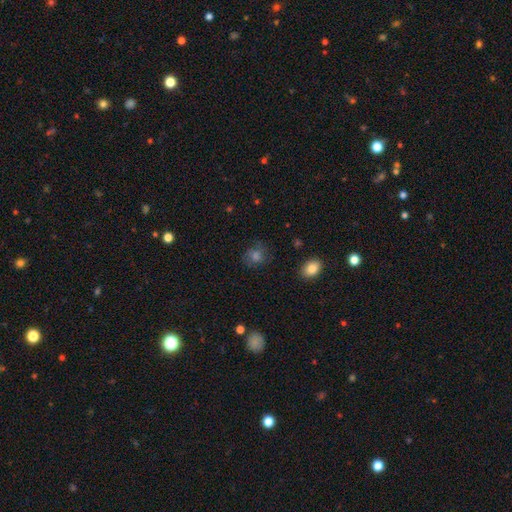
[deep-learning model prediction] A smooth galaxy with no disk features (53%) that is round (72%). Merging: none (71%).